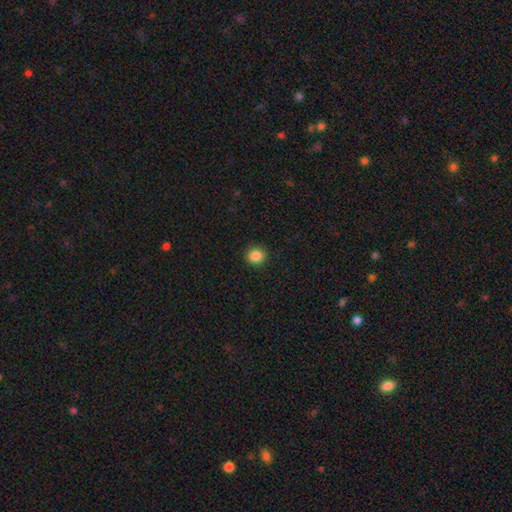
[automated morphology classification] smooth_or_featured: smooth (p=0.86) [alt: star or artifact p=0.10]
how_rounded: round (p=0.89) [alt: in between p=0.10]
merging: none (p=0.90) [alt: minor disturbance p=0.07]